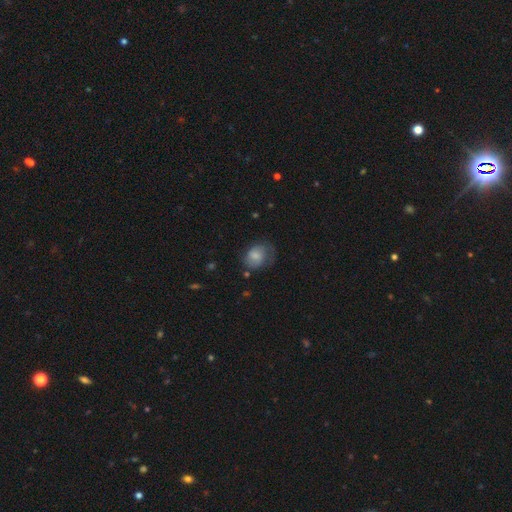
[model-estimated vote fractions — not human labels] Smooth or featured? Predicted: smooth (p=0.65). How rounded? Predicted: in between (p=0.59). Merging? Predicted: none (p=0.46).